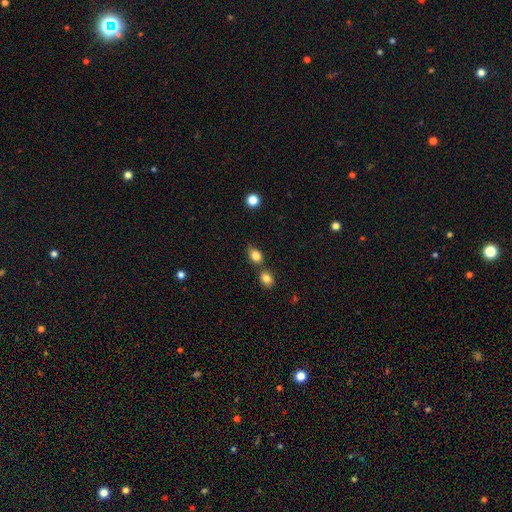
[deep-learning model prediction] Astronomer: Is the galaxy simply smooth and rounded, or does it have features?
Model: smooth — 83%.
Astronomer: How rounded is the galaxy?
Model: in between — 67%.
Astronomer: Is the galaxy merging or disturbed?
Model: none — 59%.